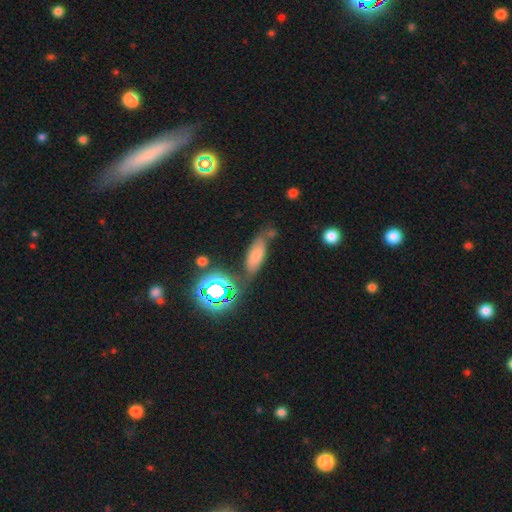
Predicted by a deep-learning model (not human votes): Q: Smooth or featured?
A: smooth (63%); runner-up: featured or disk (19%)
Q: How rounded?
A: in between (72%); runner-up: cigar-shaped (23%)
Q: Merging?
A: none (57%); runner-up: minor disturbance (23%)